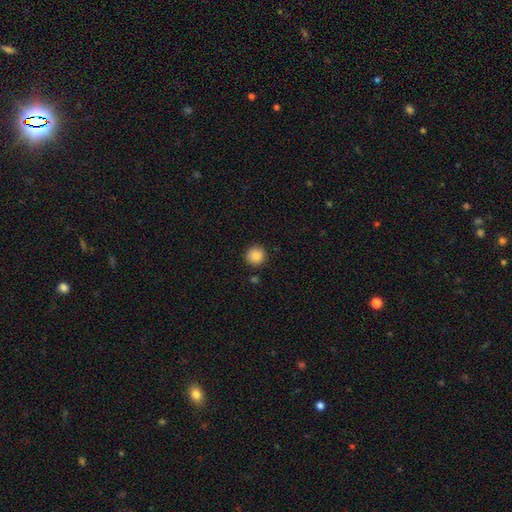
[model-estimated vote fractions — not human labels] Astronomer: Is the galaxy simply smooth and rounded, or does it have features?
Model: smooth — 87%.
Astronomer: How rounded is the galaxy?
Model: round — 93%.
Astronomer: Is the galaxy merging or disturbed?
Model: none — 88%.